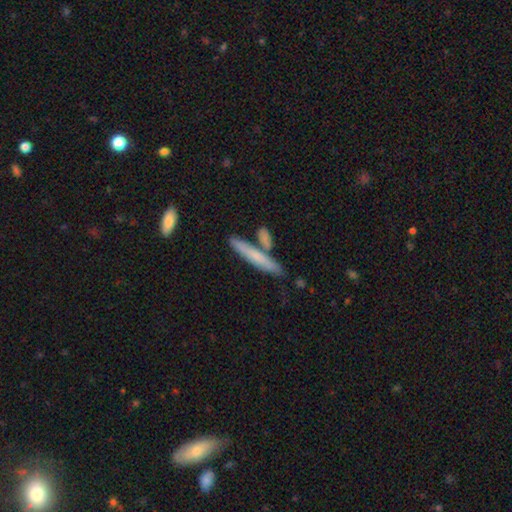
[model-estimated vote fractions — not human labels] Smooth or featured? Predicted: smooth (p=0.63). How rounded? Predicted: cigar-shaped (p=0.91). Merging? Predicted: none (p=0.71).